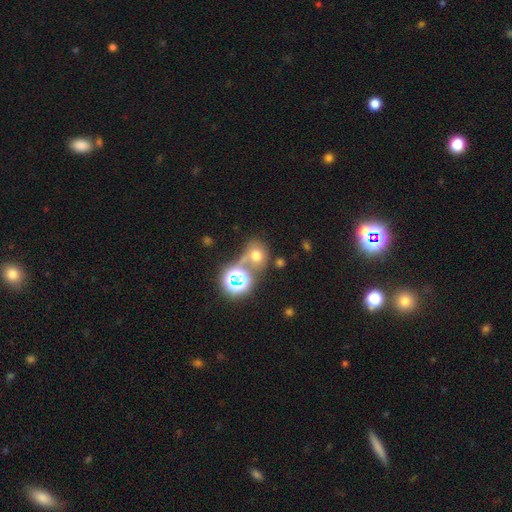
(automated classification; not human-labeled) smooth_or_featured: smooth (p=0.60) [alt: star or artifact p=0.27]
how_rounded: round (p=0.67) [alt: in between p=0.32]
merging: none (p=0.44) [alt: merger p=0.35]